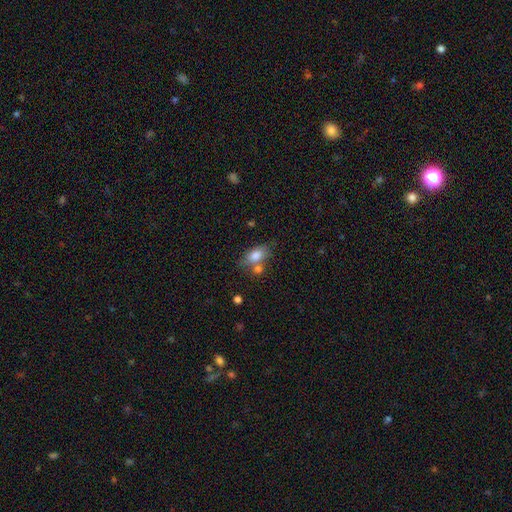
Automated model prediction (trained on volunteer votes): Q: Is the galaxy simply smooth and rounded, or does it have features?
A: smooth — 80%.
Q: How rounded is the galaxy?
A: in between — 84%.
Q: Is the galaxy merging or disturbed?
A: none — 52%.